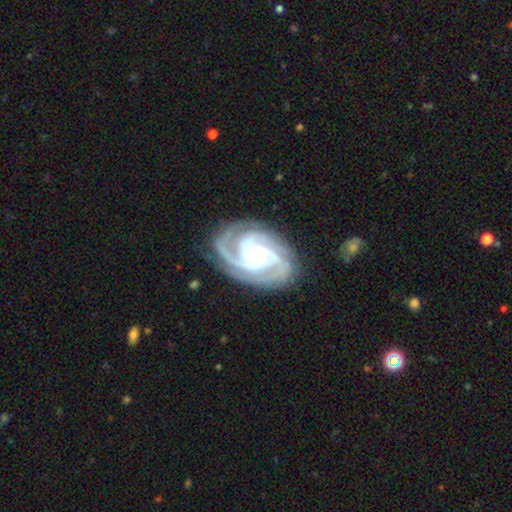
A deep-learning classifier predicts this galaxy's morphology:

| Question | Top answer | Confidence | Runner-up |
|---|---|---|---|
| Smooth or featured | featured or disk | 93% | star or artifact (4%) |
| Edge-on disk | no | 98% | yes (2%) |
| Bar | no | 59% | weak (31%) |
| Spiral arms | yes | 99% | no (1%) |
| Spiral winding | tight | 65% | medium (32%) |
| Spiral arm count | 3 | 55% | 2 (16%) |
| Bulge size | small | 55% | moderate (40%) |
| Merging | none | 79% | minor disturbance (15%) |